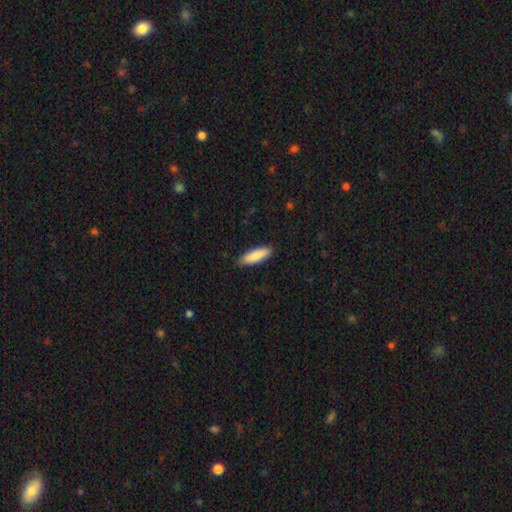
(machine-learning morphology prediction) A smooth galaxy with no disk features (87%) that is cigar-shaped (53%). Merging: none (86%).